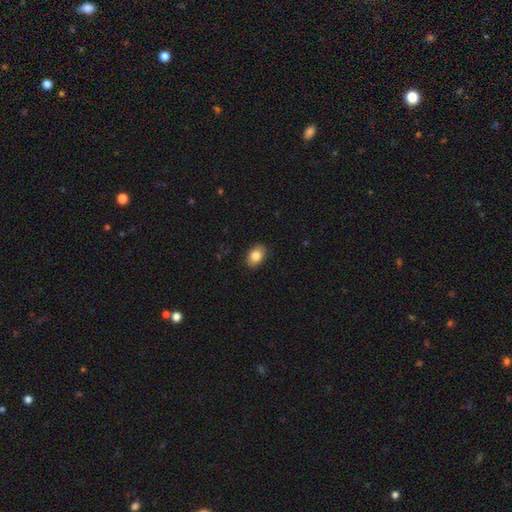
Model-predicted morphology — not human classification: Q: Smooth or featured?
A: smooth (84%); runner-up: featured or disk (8%)
Q: How rounded?
A: in between (84%); runner-up: round (14%)
Q: Merging?
A: none (89%); runner-up: minor disturbance (9%)